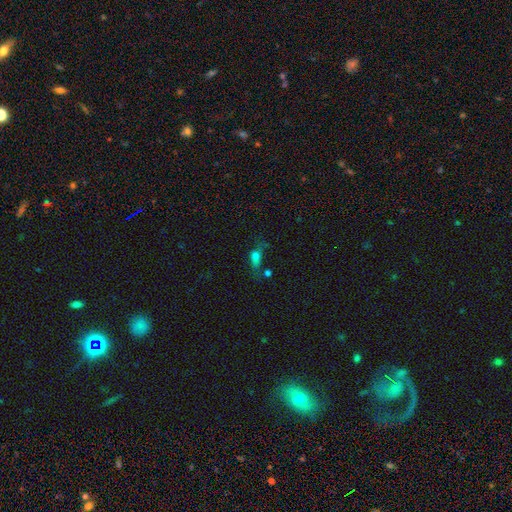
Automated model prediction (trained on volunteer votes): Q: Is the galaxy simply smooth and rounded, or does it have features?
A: smooth — 57%.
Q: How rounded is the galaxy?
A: in between — 61%.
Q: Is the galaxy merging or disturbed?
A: none — 44%.